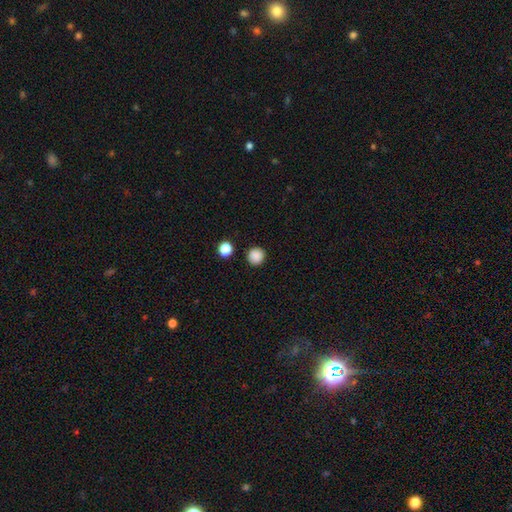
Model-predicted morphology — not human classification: This is clearly a smooth galaxy (87%). How rounded: clearly round (94%). Merging: clearly none (91%).